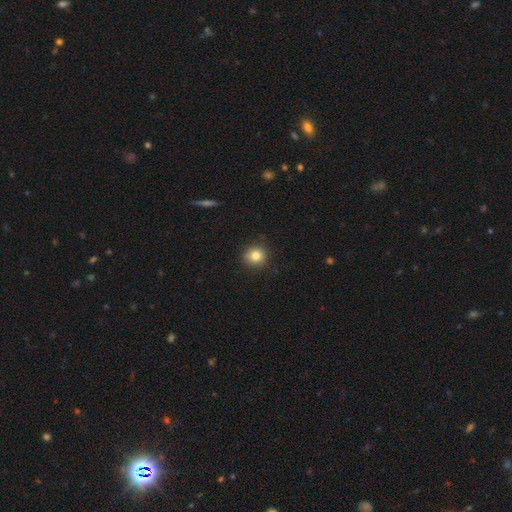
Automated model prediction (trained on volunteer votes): Q: Smooth or featured?
A: smooth (82%); runner-up: star or artifact (11%)
Q: How rounded?
A: round (91%); runner-up: in between (8%)
Q: Merging?
A: none (90%); runner-up: minor disturbance (7%)